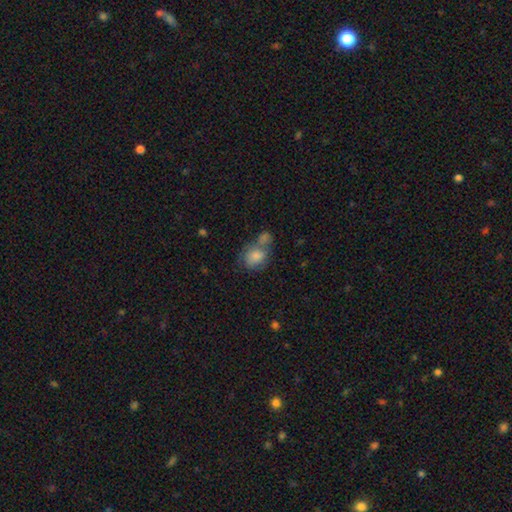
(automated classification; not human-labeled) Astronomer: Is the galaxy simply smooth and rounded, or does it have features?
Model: smooth — 76%.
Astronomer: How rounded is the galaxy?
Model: in between — 53% (runner-up: round, 46%).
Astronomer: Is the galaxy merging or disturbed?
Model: merger — 49% (runner-up: none, 28%).